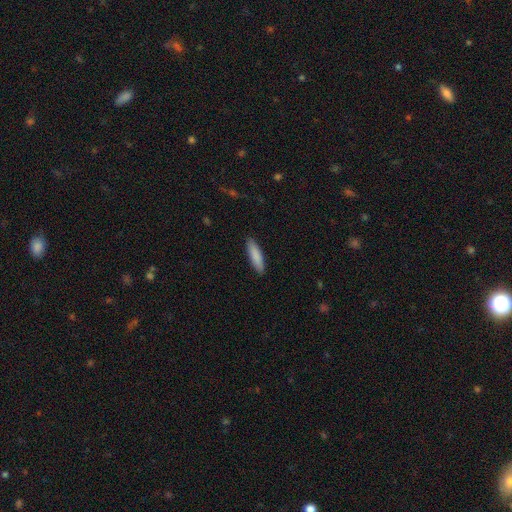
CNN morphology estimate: The model was most divided on "how rounded": cigar-shaped: 74%, in between: 25%, round: 1%. More confident: merging — none (90%); smooth or featured — smooth (87%).